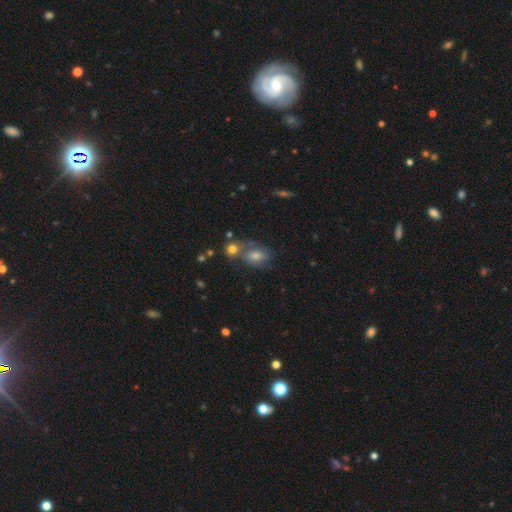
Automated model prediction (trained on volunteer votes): Overall: smooth (68%). How rounded: in between (70%). Merging: none (42%; merger 35%).